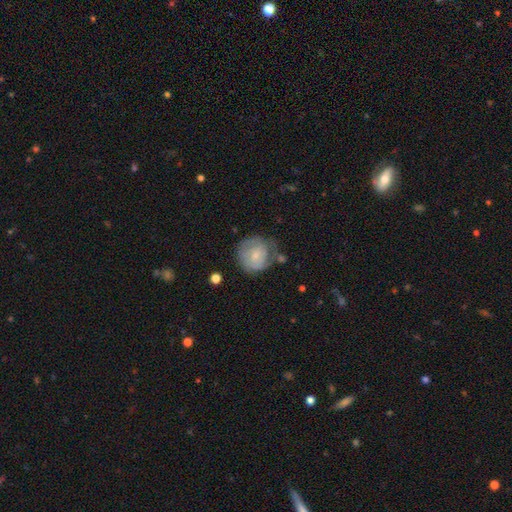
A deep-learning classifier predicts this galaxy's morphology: Smooth or featured?
  - smooth: 48% *
  - featured or disk: 45%
  - star or artifact: 7%
Merging?
  - none: 51% *
  - minor disturbance: 27%
  - major disturbance: 16%
  - merger: 6%